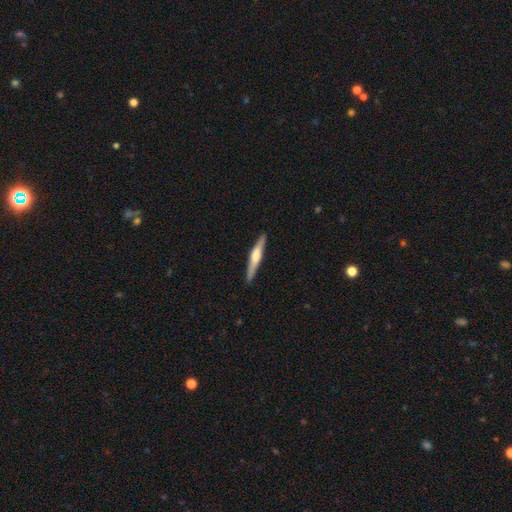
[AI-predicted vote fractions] featured or disk 59%, smooth 36%, star or artifact 5%. Down the decision tree: edge-on disk — yes (97%); edge-on bulge — rounded (79%); merging — none (90%).